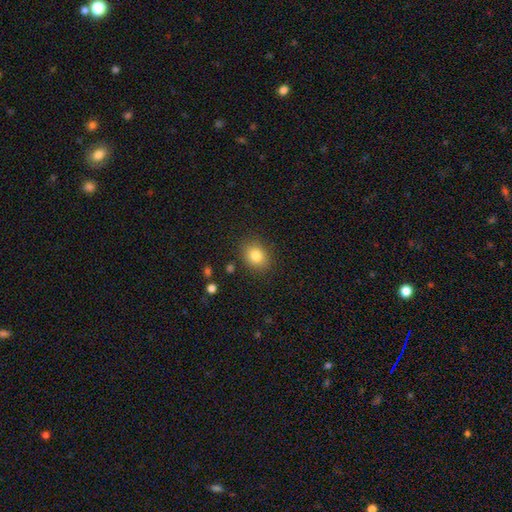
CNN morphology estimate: Smooth or featured? Predicted: smooth (p=0.82). How rounded? Predicted: in between (p=0.51). Merging? Predicted: none (p=0.85).